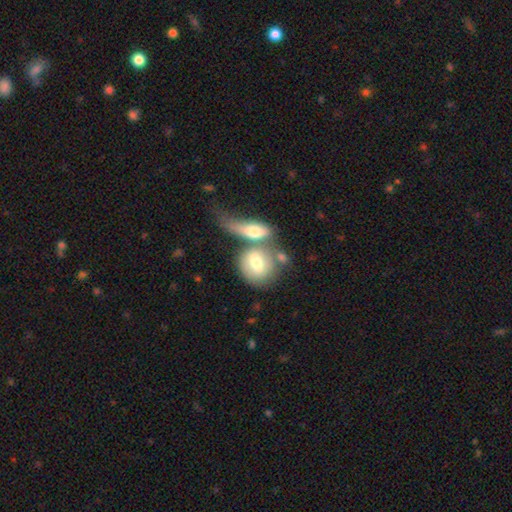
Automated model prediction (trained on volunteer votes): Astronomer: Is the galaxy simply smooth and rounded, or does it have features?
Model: smooth — 50% (runner-up: featured or disk, 39%).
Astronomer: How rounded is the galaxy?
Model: round — 48% (runner-up: in between, 44%).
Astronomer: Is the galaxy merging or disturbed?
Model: merger — 61%.